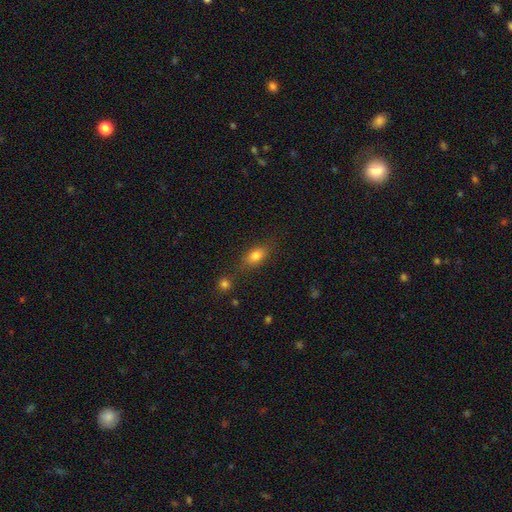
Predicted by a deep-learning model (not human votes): Q: Smooth or featured?
A: smooth (80%); runner-up: featured or disk (10%)
Q: How rounded?
A: in between (83%); runner-up: round (10%)
Q: Merging?
A: none (74%); runner-up: minor disturbance (14%)